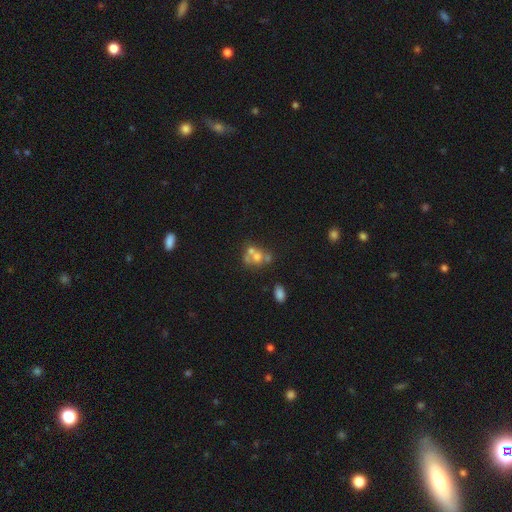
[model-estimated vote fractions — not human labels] This is possibly a smooth galaxy (50%). How rounded: likely round (62%). Merging: possibly merger (51%).